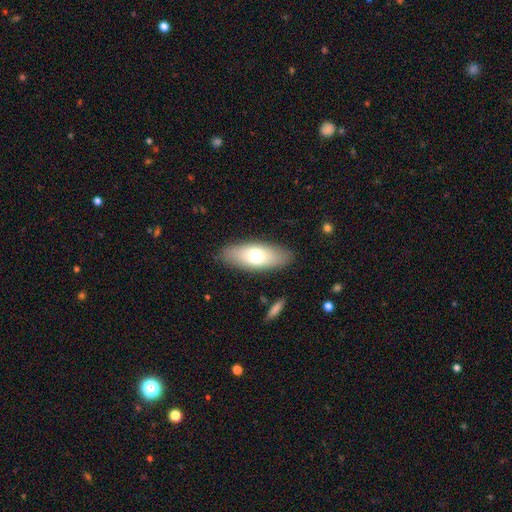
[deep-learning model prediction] smooth_or_featured: smooth (p=0.69) [alt: featured or disk p=0.25]
how_rounded: in between (p=0.80) [alt: cigar-shaped p=0.17]
merging: none (p=0.86) [alt: minor disturbance p=0.10]